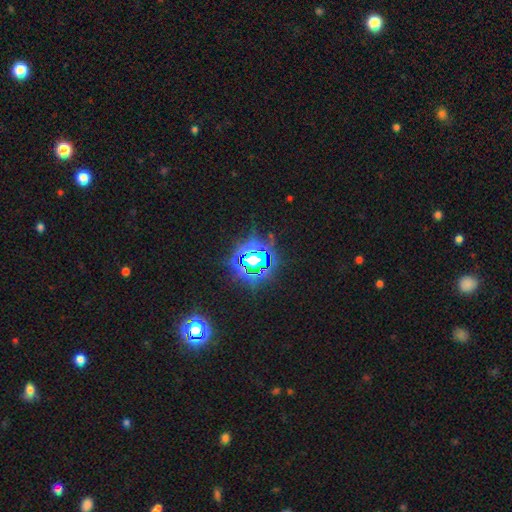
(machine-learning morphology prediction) star or artifact 78%, smooth 13%, featured or disk 9%.